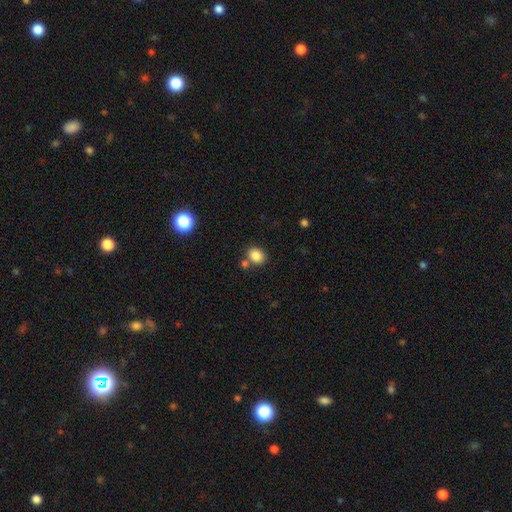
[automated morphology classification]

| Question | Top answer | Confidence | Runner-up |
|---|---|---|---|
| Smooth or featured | smooth | 85% | star or artifact (10%) |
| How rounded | round | 50% | in between (49%) |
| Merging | none | 69% | merger (17%) |